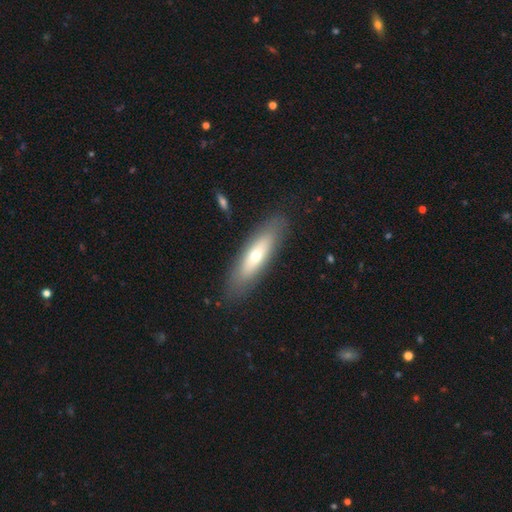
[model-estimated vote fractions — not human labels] Morphology: type=smooth (55%); roundness=cigar-shaped (58%); merging=none (86%).